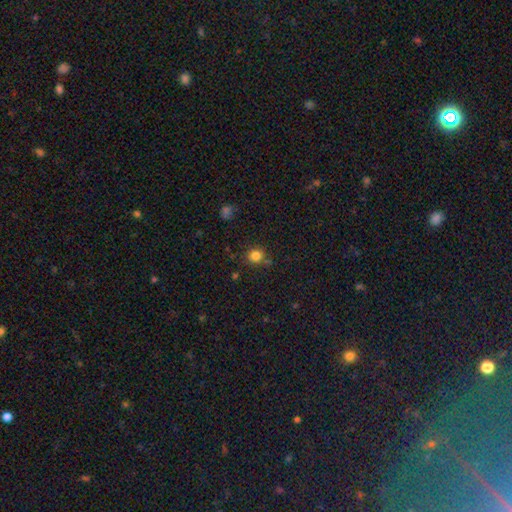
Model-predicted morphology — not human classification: The model was most divided on "merging": none: 79%, minor disturbance: 12%, merger: 6%, major disturbance: 3%. More confident: how rounded — round (88%); smooth or featured — smooth (82%).